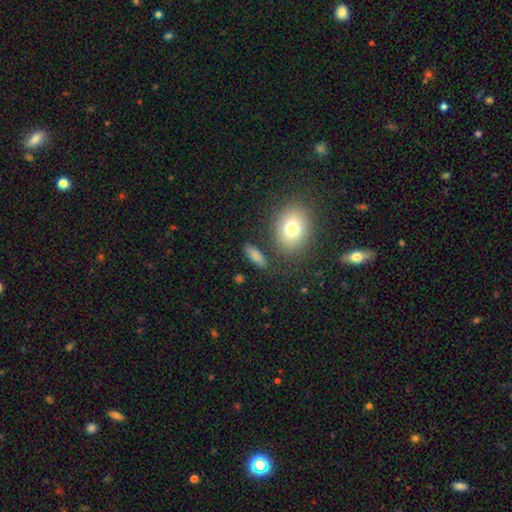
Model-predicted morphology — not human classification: This appears to be a smooth galaxy with no disk features (81%) that is in between round and cigar-shaped (61%). Merging: none (82%).